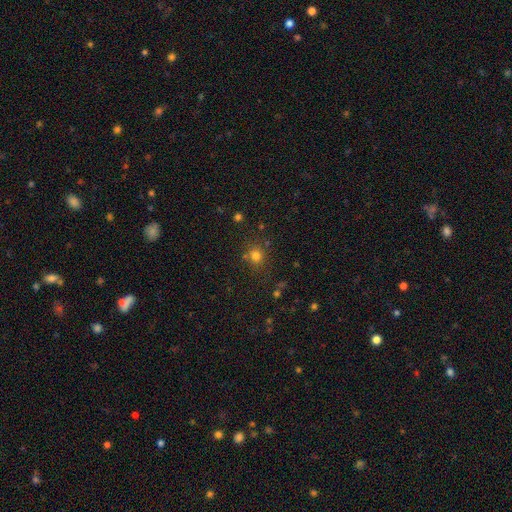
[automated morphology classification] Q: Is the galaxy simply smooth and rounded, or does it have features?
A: smooth — 76%.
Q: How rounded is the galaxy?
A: round — 87%.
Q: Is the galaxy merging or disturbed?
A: none — 78%.